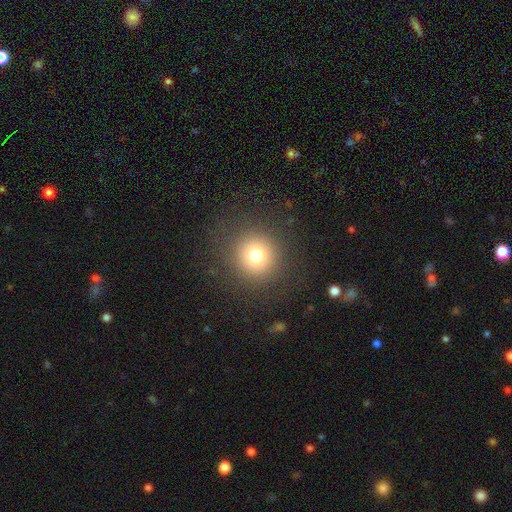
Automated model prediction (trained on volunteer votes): Q: Smooth or featured?
A: smooth (75%); runner-up: star or artifact (15%)
Q: How rounded?
A: round (94%); runner-up: in between (5%)
Q: Merging?
A: none (88%); runner-up: minor disturbance (7%)